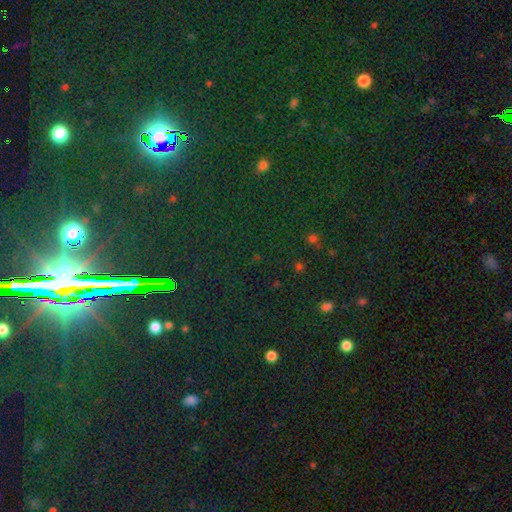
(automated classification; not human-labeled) Smooth or featured? Predicted: star or artifact (p=0.81).